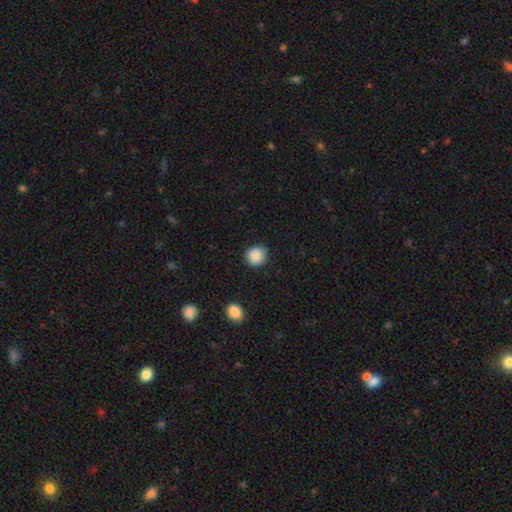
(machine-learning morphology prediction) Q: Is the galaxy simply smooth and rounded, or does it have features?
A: smooth — 89%.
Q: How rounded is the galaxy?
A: round — 91%.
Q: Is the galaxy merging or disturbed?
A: none — 90%.